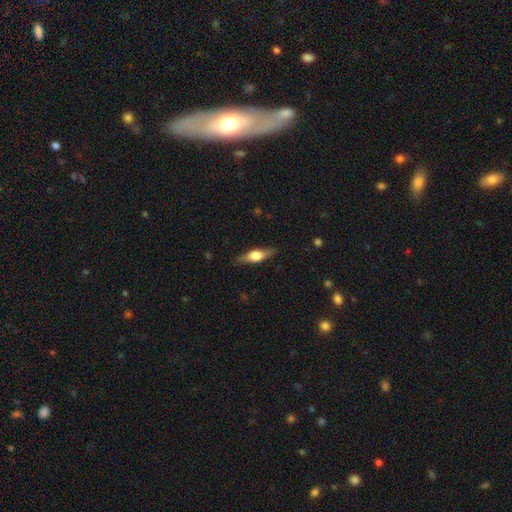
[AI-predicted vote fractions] Morphology: type=featured or disk (52%); edge-on=yes (93%); merging=none (86%).